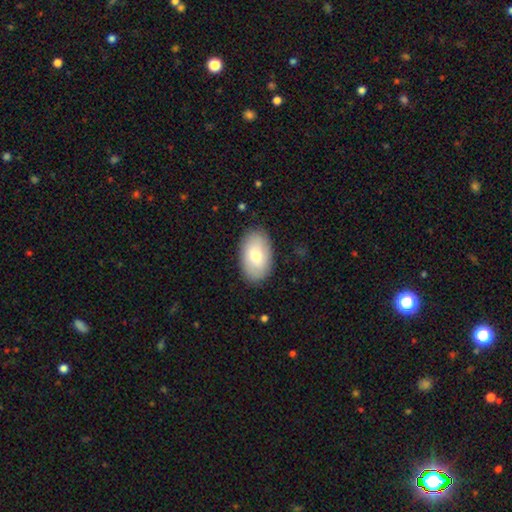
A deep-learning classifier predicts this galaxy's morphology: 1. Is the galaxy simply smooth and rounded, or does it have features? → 73% smooth, 21% featured or disk, 6% star or artifact.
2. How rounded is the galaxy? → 93% in between, 6% round, 1% cigar-shaped.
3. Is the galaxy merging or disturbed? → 87% none, 10% minor disturbance, 2% major disturbance, 1% merger.